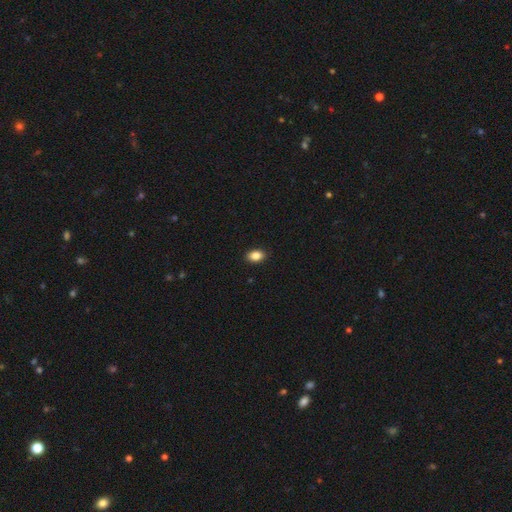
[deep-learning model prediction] This is clearly a smooth galaxy (87%). How rounded: clearly in between (87%). Merging: clearly none (90%).